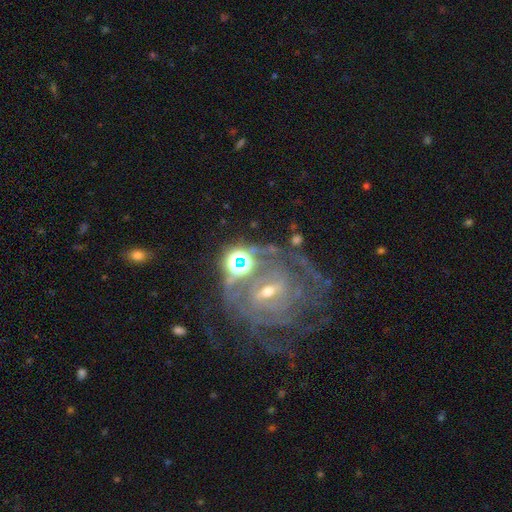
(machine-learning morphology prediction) Smooth or featured? Predicted: featured or disk (p=0.73). Edge-on disk? Predicted: no (p=0.97). Bar? Predicted: no (p=0.49). Spiral arms? Predicted: yes (p=0.86). Spiral winding? Predicted: tight (p=0.65). Spiral arm count? Predicted: can't tell (p=0.42). Bulge size? Predicted: small (p=0.73). Merging? Predicted: none (p=0.58).